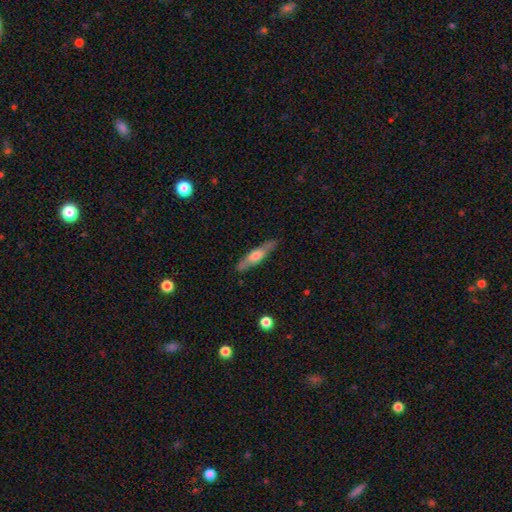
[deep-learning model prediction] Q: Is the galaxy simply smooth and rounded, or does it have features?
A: smooth — 48%.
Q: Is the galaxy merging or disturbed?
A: none — 84%.